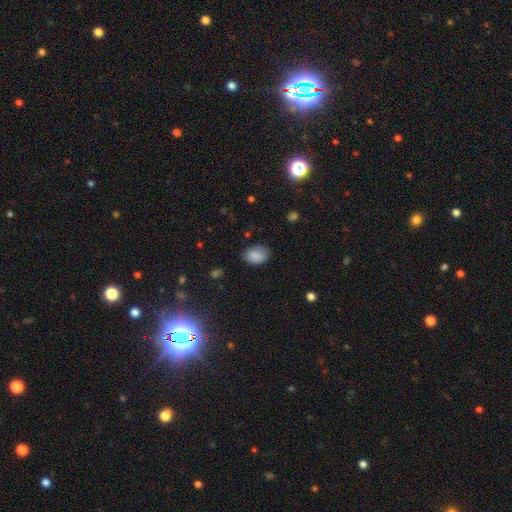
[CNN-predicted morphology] smooth-or-featured: smooth: 86% | star or artifact: 9% | featured or disk: 5%
  how-rounded: in between: 78% | round: 21% | cigar-shaped: 1%
  merging: none: 73% | minor disturbance: 21% | major disturbance: 4% | merger: 1%